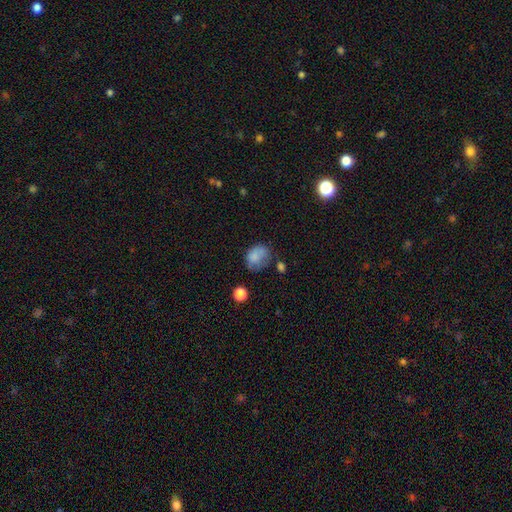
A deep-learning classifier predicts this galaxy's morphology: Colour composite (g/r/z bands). It shows a smooth galaxy with no disk features (74%) that is in between round and cigar-shaped (53%). Merging: none (45%).